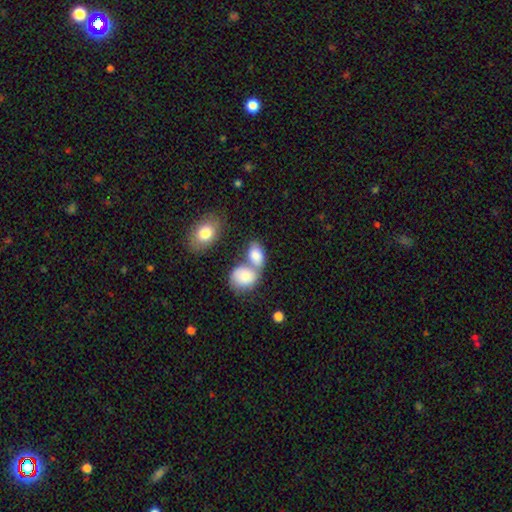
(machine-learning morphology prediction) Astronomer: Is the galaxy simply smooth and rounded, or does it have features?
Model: smooth — 81%.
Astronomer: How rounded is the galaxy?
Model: in between — 82%.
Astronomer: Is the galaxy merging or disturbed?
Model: merger — 56%.